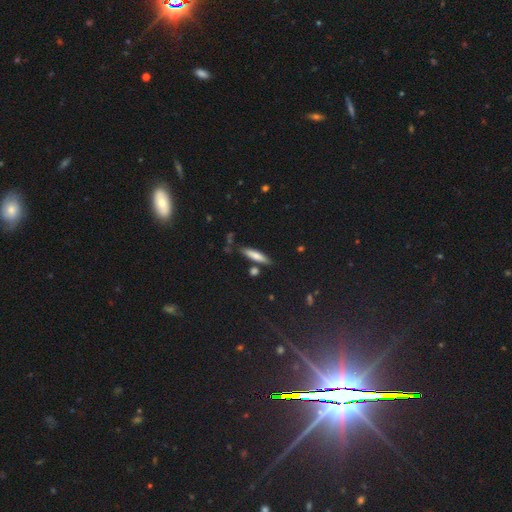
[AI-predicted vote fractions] smooth-or-featured: smooth: 68% | featured or disk: 24% | star or artifact: 8%
  how-rounded: cigar-shaped: 82% | in between: 16% | round: 2%
  merging: none: 80% | minor disturbance: 12% | merger: 6% | major disturbance: 3%